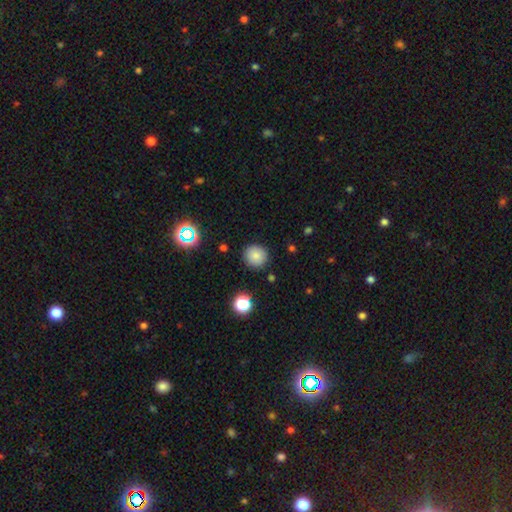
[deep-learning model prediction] A smooth galaxy with no disk features (81%) that is round (93%). Merging: none (89%).